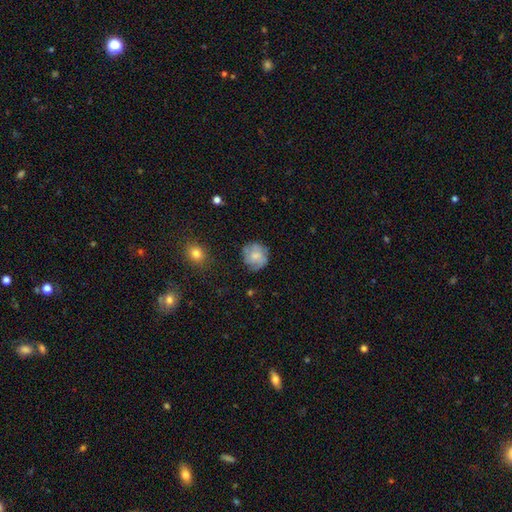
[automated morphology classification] Smooth or featured? Predicted: smooth (p=0.59). How rounded? Predicted: round (p=0.88). Merging? Predicted: none (p=0.72).